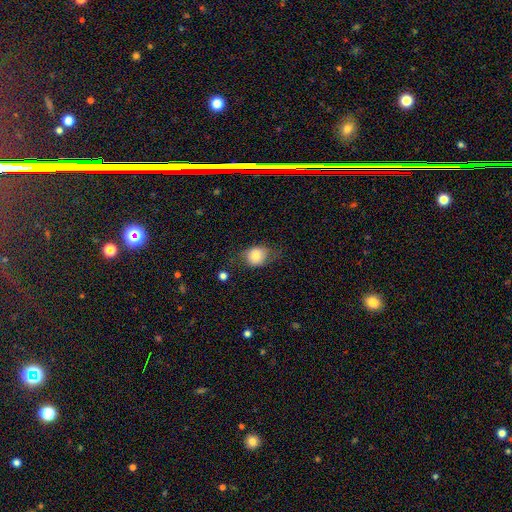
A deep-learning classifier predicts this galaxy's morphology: Smooth or featured?
  - smooth: 73% *
  - featured or disk: 18%
  - star or artifact: 9%
How rounded?
  - round: 62% *
  - in between: 37%
  - cigar-shaped: 1%
Merging?
  - none: 60% *
  - minor disturbance: 26%
  - major disturbance: 12%
  - merger: 2%